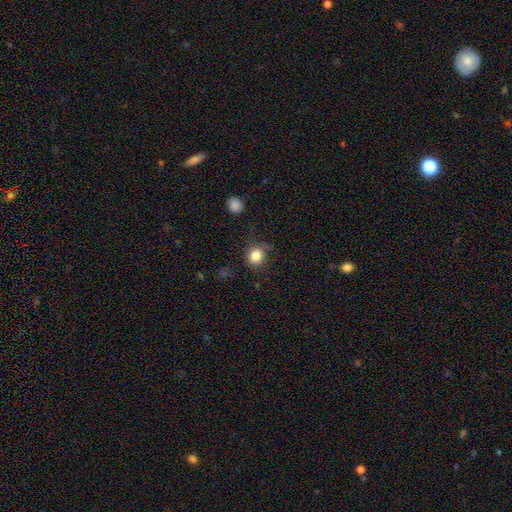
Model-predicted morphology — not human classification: Smooth or featured? smooth (82%)
How rounded? round (83%)
Merging? none (75%)